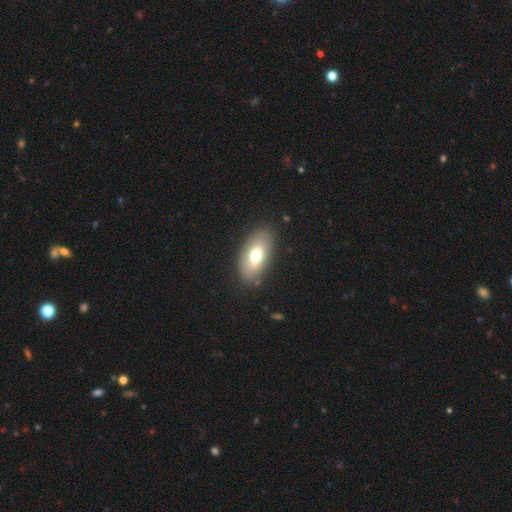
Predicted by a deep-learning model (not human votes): Smooth or featured?
  - smooth: 68% *
  - featured or disk: 24%
  - star or artifact: 8%
How rounded?
  - in between: 90% *
  - cigar-shaped: 5%
  - round: 5%
Merging?
  - none: 84% *
  - minor disturbance: 11%
  - major disturbance: 3%
  - merger: 2%